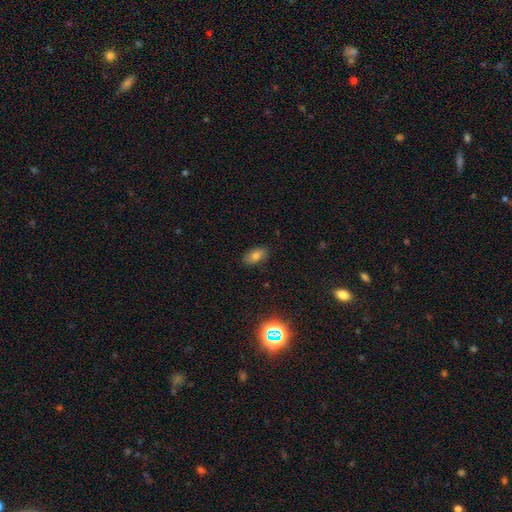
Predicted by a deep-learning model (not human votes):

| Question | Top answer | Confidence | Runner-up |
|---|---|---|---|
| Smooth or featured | smooth | 72% | star or artifact (15%) |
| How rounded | in between | 90% | round (6%) |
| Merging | none | 85% | minor disturbance (11%) |